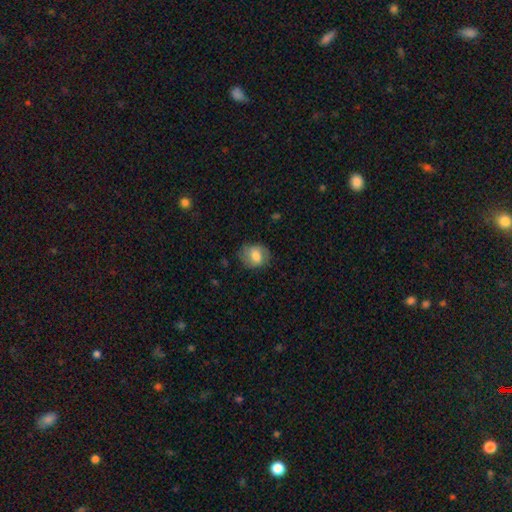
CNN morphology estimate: The model was most divided on "how rounded": round: 51%, in between: 48%, cigar-shaped: 1%. More confident: smooth or featured — smooth (73%); merging — none (71%).